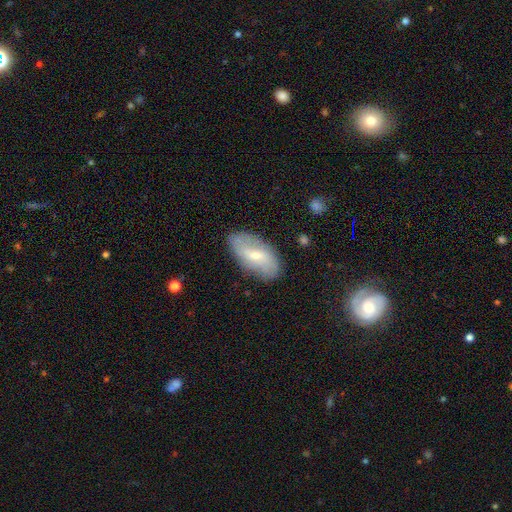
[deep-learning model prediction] A featured or disk galaxy (51%). Merging: none (77%).